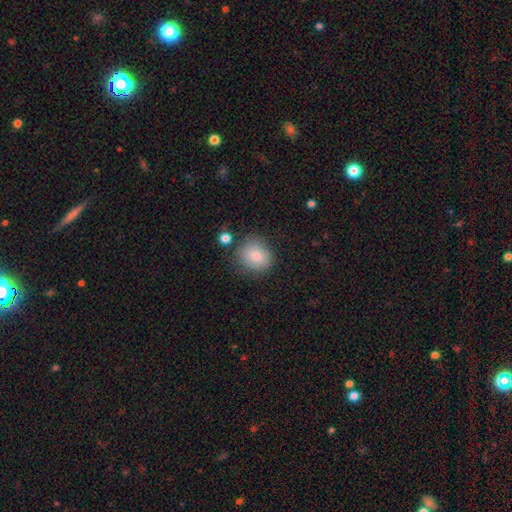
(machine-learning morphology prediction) This appears to be a smooth galaxy with no disk features (80%) that is round (71%). Merging: none (71%).